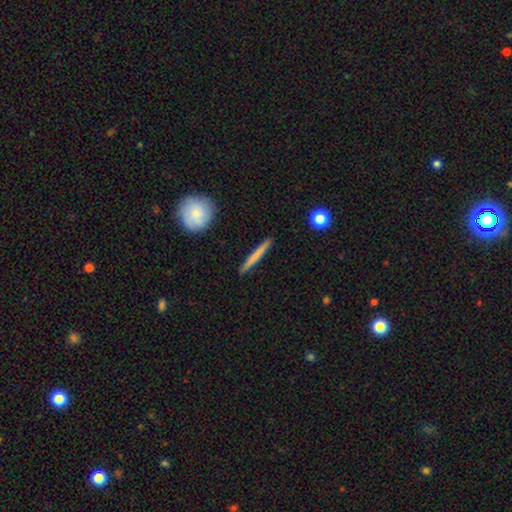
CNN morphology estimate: Smooth or featured? smooth (58%)
How rounded? cigar-shaped (95%)
Merging? none (91%)